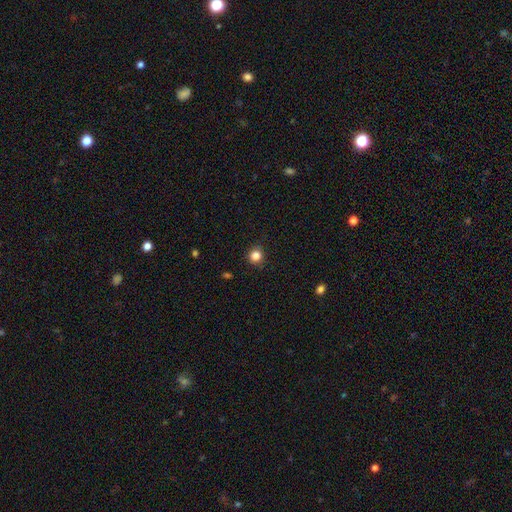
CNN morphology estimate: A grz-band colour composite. It shows a smooth galaxy with no disk features (84%) that is round (91%). Merging: none (89%).